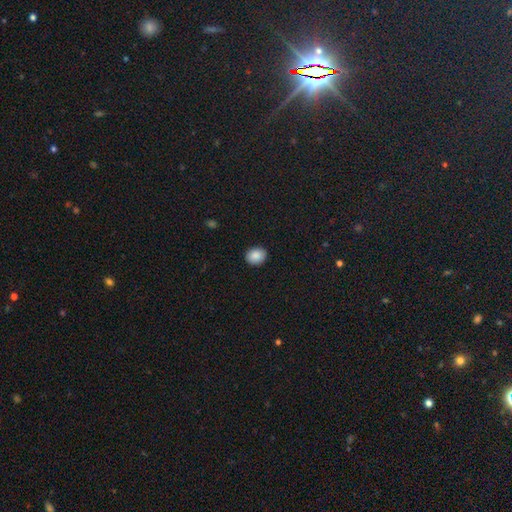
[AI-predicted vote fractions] A smooth galaxy with no disk features (88%) that is round (58%).

Vote fractions:
- Smooth or featured? smooth: 88% / star or artifact: 8% / featured or disk: 4%
- How rounded? round: 58% / in between: 41% / cigar-shaped: 1%
- Merging? none: 91% / minor disturbance: 6% / major disturbance: 2% / merger: 1%